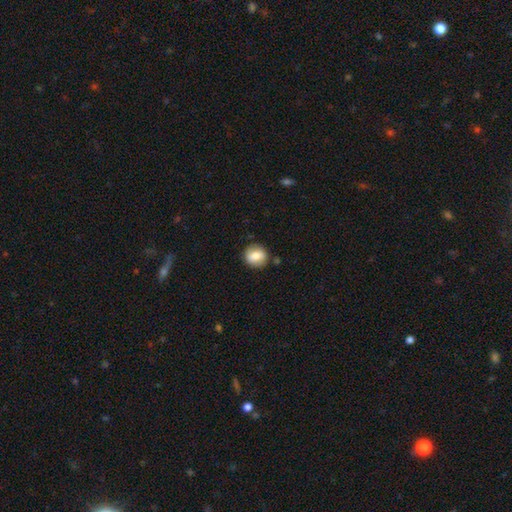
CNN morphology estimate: smooth-or-featured: smooth: 76% | featured or disk: 16% | star or artifact: 8%
  how-rounded: round: 77% | in between: 22% | cigar-shaped: 1%
  merging: none: 82% | minor disturbance: 12% | major disturbance: 3% | merger: 3%